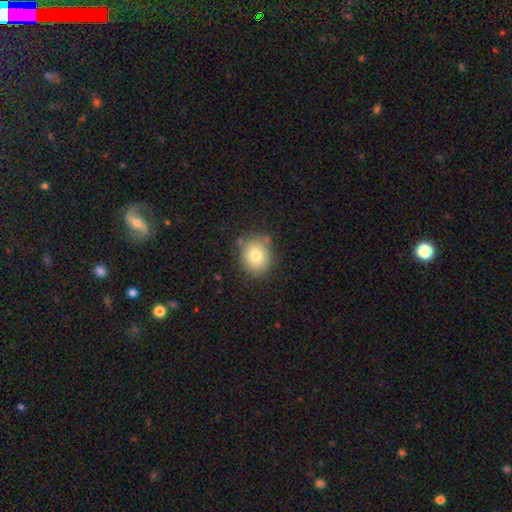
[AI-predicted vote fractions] Smooth or featured?
  - smooth: 78% *
  - featured or disk: 12%
  - star or artifact: 11%
How rounded?
  - round: 71% *
  - in between: 29%
  - cigar-shaped: 1%
Merging?
  - none: 79% *
  - minor disturbance: 14%
  - major disturbance: 4%
  - merger: 3%